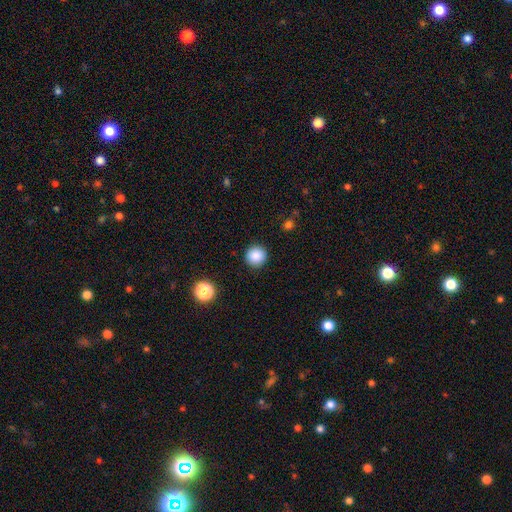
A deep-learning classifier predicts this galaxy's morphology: Smooth or featured? smooth (86%)
How rounded? round (94%)
Merging? none (92%)